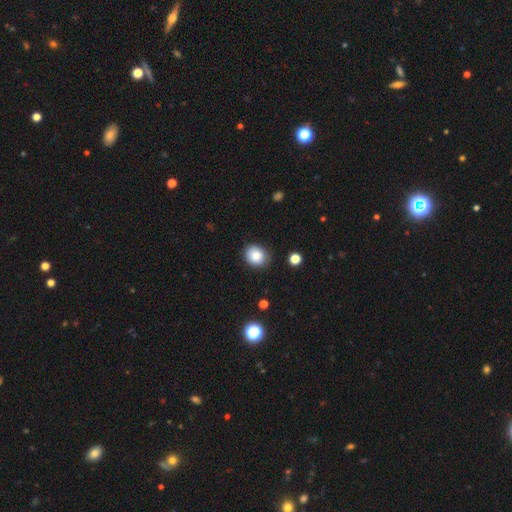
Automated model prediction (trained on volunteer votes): Smooth or featured? smooth (84%)
How rounded? round (71%)
Merging? none (86%)